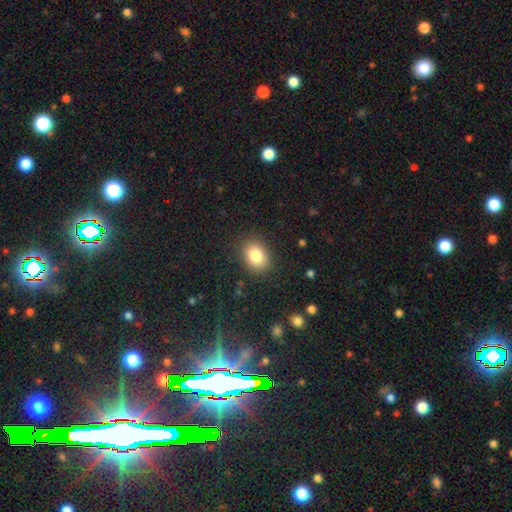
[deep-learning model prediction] Smooth or featured?
  - smooth: 84% *
  - star or artifact: 9%
  - featured or disk: 7%
How rounded?
  - in between: 66% *
  - round: 33%
  - cigar-shaped: 1%
Merging?
  - none: 85% *
  - minor disturbance: 10%
  - major disturbance: 3%
  - merger: 1%